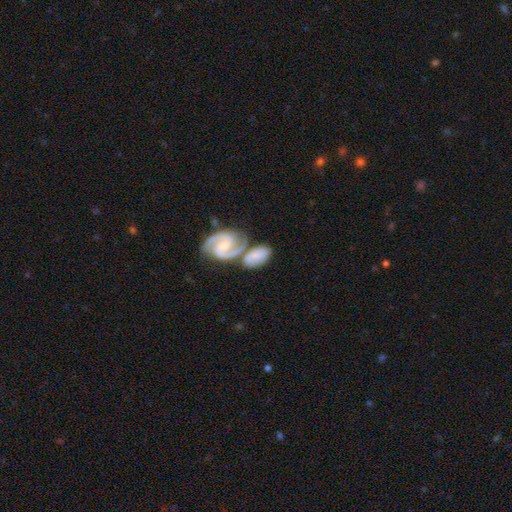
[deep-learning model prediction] Smooth or featured? Predicted: featured or disk (p=0.56). Edge-on disk? Predicted: no (p=0.94). Bar? Predicted: no (p=0.48). Spiral arms? Predicted: yes (p=0.92). Bulge size? Predicted: small (p=0.47). Merging? Predicted: merger (p=0.44).